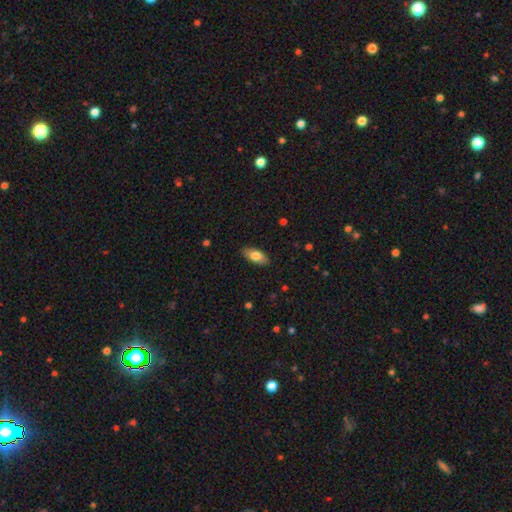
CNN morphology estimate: smooth-or-featured: smooth: 79% | featured or disk: 15% | star or artifact: 6%
  how-rounded: in between: 89% | cigar-shaped: 8% | round: 3%
  merging: none: 88% | minor disturbance: 9% | major disturbance: 2% | merger: 1%